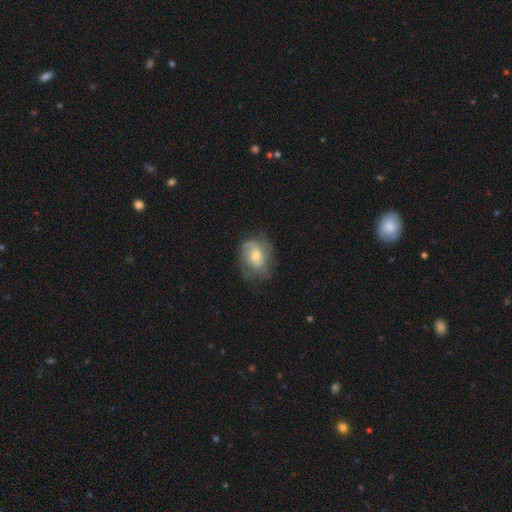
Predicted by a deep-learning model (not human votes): This appears to be a featured or disk galaxy (51%). Merging: none (57%).